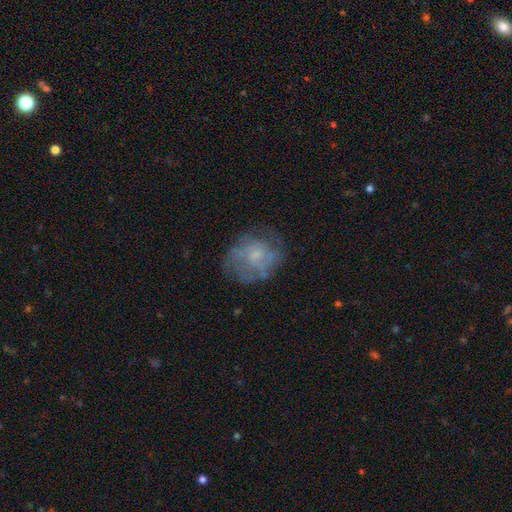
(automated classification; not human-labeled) This appears to be a featured or disk galaxy (58%) with no bar (67%), spiral arms (62%) and a small central bulge (41%). Merging: none (63%).